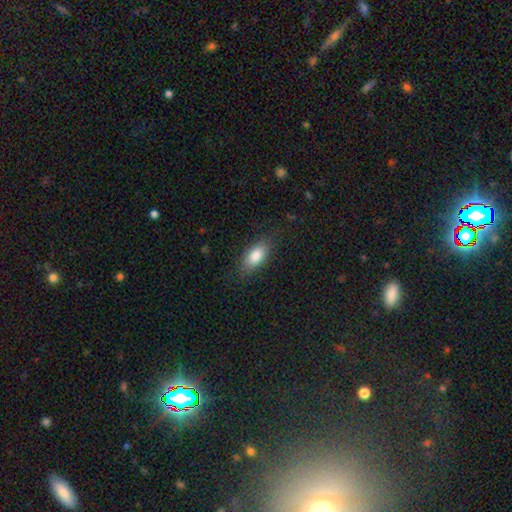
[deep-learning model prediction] This appears to be a smooth galaxy with no disk features (84%) that is in between round and cigar-shaped (87%). Merging: none (82%).